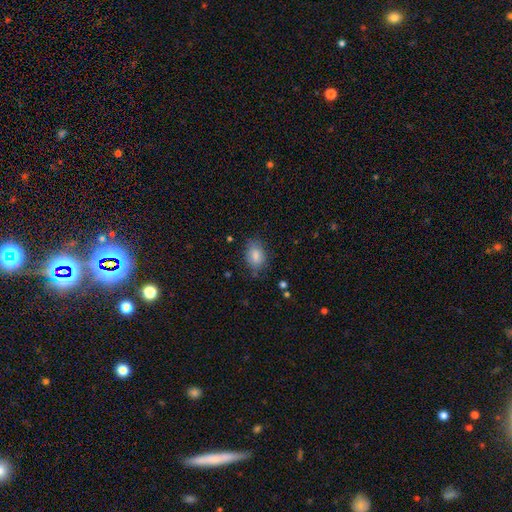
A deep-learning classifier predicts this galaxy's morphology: This is clearly a smooth galaxy (84%). How rounded: clearly in between (85%). Merging: likely none (74%).